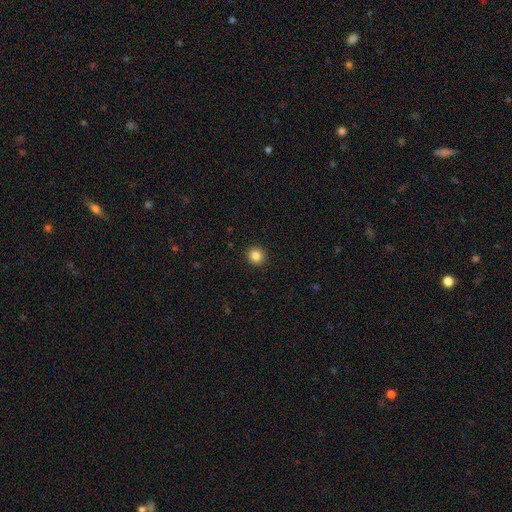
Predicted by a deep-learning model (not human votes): Morphology: type=smooth (85%); roundness=round (90%); merging=none (92%).